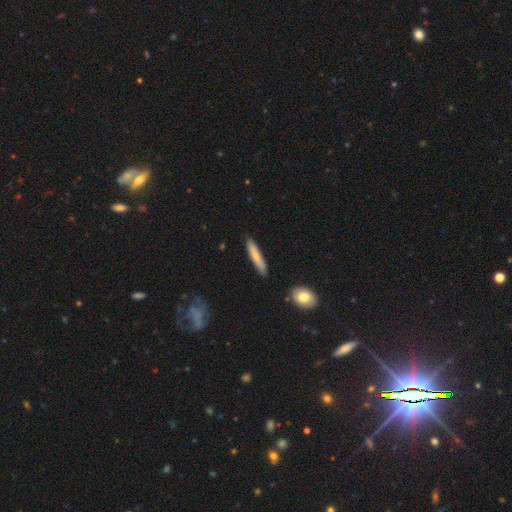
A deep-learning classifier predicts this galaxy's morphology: smooth_or_featured: smooth (p=0.68) [alt: featured or disk p=0.26]
how_rounded: cigar-shaped (p=0.91) [alt: in between p=0.08]
merging: none (p=0.86) [alt: minor disturbance p=0.10]